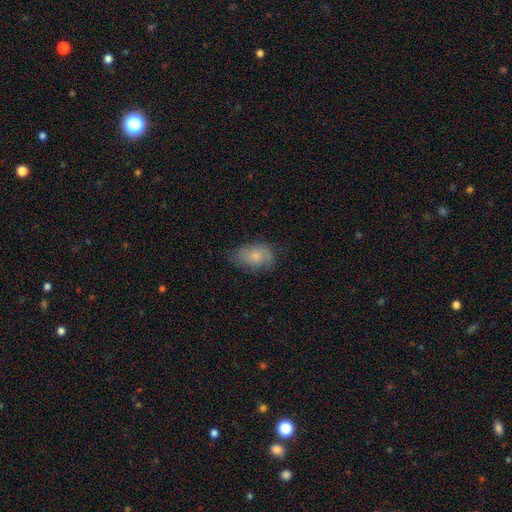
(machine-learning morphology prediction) The model was most divided on "smooth or featured": smooth: 63%, featured or disk: 29%, star or artifact: 8%. More confident: how rounded — in between (86%); merging — none (63%).